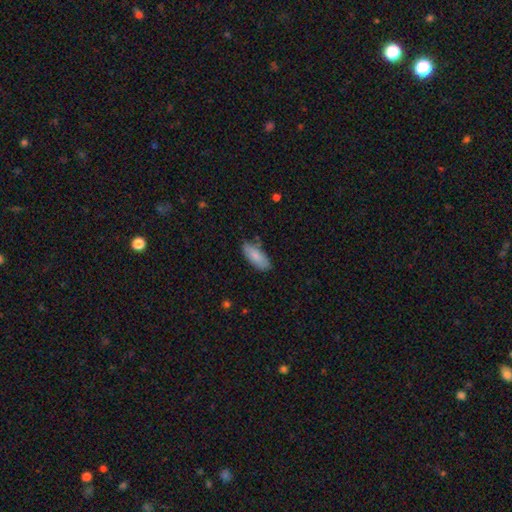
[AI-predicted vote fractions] Smooth or featured: smooth — 83% (featured or disk — 12%)
How rounded: in between — 84% (cigar-shaped — 14%)
Merging: none — 78% (minor disturbance — 17%)